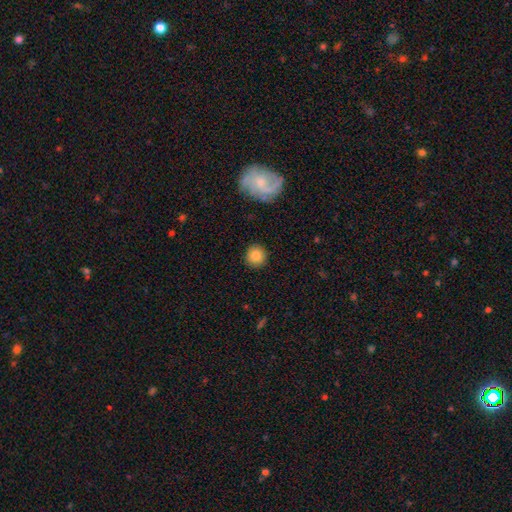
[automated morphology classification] The model was most divided on "smooth or featured": smooth: 84%, star or artifact: 9%, featured or disk: 8%. More confident: how rounded — round (91%); merging — none (90%).